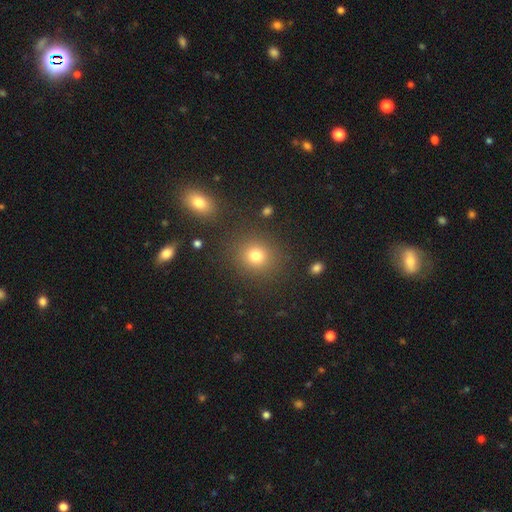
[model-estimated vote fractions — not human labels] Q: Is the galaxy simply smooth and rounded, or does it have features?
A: smooth — 77%.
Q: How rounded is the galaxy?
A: round — 81%.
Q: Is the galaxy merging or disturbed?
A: none — 85%.